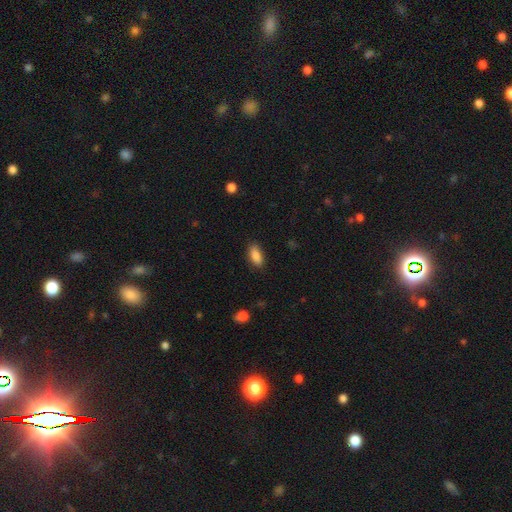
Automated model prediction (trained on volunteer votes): Smooth or featured? smooth (87%)
How rounded? in between (85%)
Merging? none (86%)